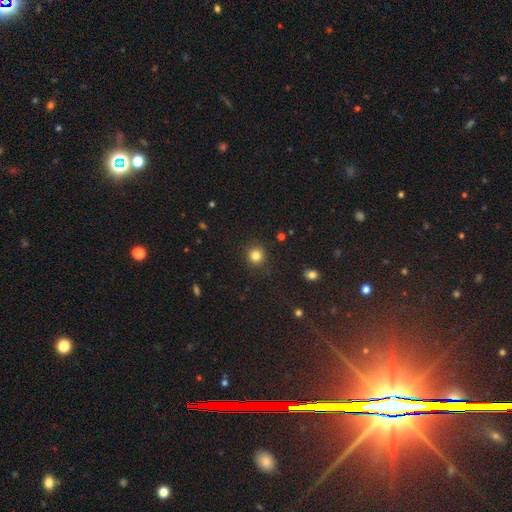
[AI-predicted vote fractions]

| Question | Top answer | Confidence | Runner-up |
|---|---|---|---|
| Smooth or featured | smooth | 82% | star or artifact (12%) |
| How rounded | round | 93% | in between (6%) |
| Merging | none | 91% | minor disturbance (6%) |